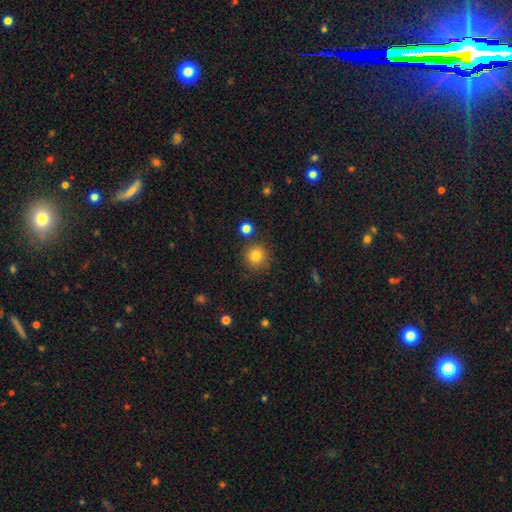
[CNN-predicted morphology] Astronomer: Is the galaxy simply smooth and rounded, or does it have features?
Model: smooth — 82%.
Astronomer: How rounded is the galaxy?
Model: round — 93%.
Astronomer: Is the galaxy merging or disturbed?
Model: none — 84%.